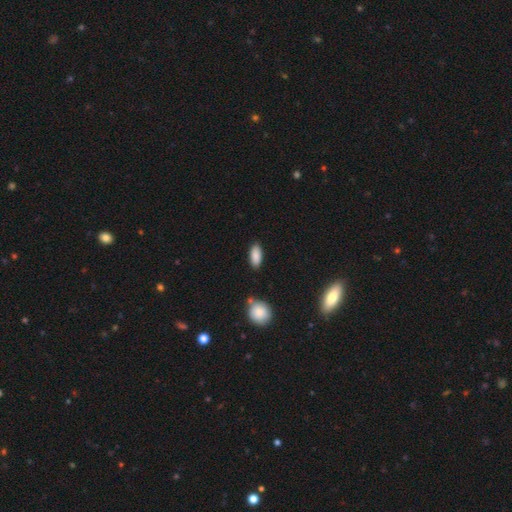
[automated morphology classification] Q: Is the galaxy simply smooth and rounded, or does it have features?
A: smooth — 88%.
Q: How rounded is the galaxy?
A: in between — 83%.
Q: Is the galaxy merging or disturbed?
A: none — 84%.